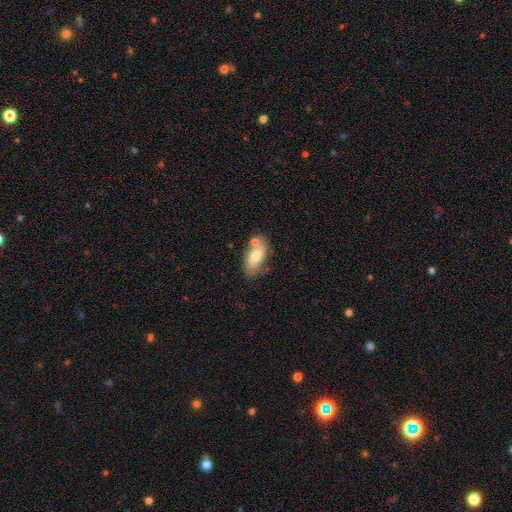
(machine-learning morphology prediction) A smooth galaxy with no disk features (65%) that is in between round and cigar-shaped (87%). Merging: none (58%).